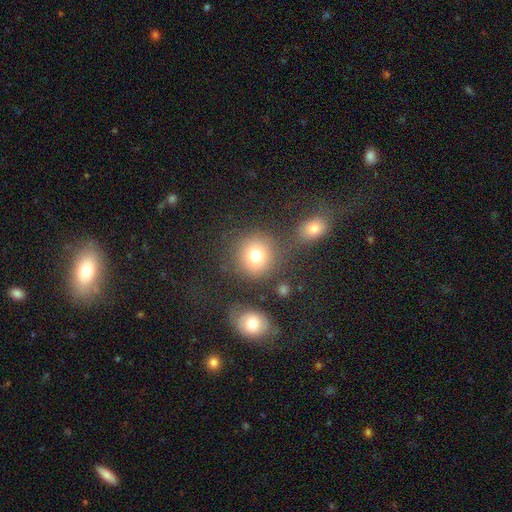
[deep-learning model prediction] Smooth or featured: smooth — 77% (star or artifact — 13%)
How rounded: round — 87% (in between — 12%)
Merging: none — 75% (merger — 10%)